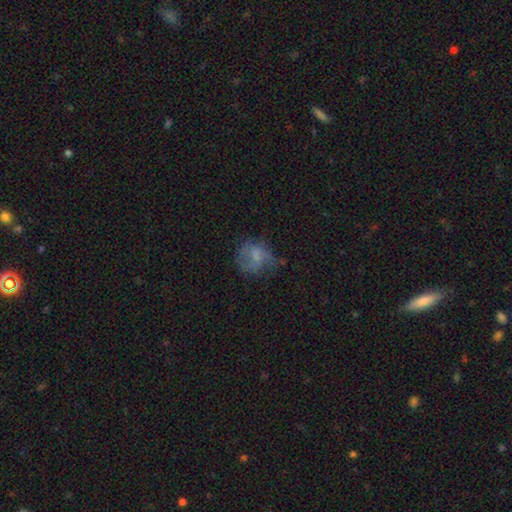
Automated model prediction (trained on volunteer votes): Morphology: type=smooth (55%); roundness=round (67%); merging=none (44%).